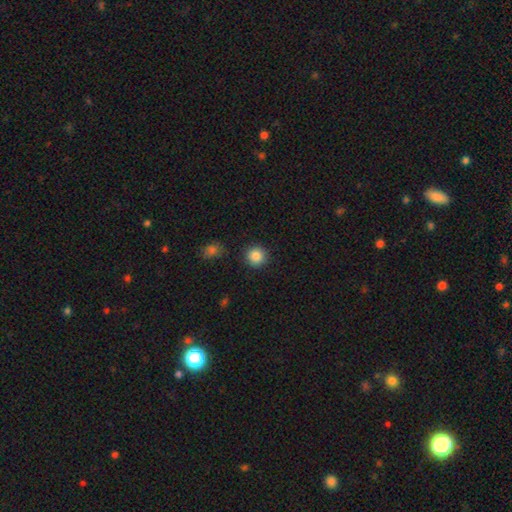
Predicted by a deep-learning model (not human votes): Smooth or featured: smooth — 87% (star or artifact — 9%)
How rounded: round — 94% (in between — 5%)
Merging: none — 90% (minor disturbance — 6%)